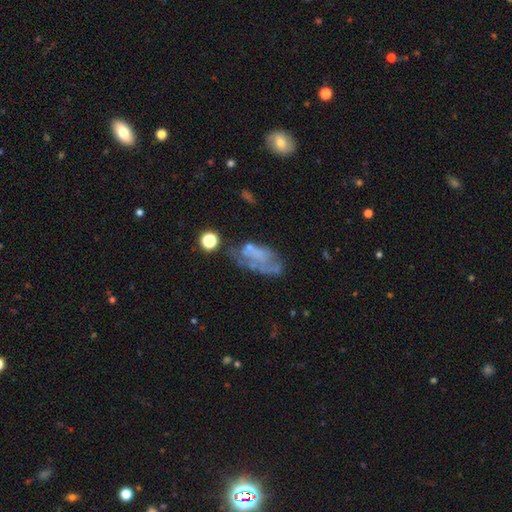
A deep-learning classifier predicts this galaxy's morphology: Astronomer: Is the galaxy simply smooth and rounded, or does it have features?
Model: featured or disk — 51% (runner-up: smooth, 34%).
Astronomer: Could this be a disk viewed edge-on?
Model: no — 94%.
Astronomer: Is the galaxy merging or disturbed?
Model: none — 38% (runner-up: major disturbance, 29%).